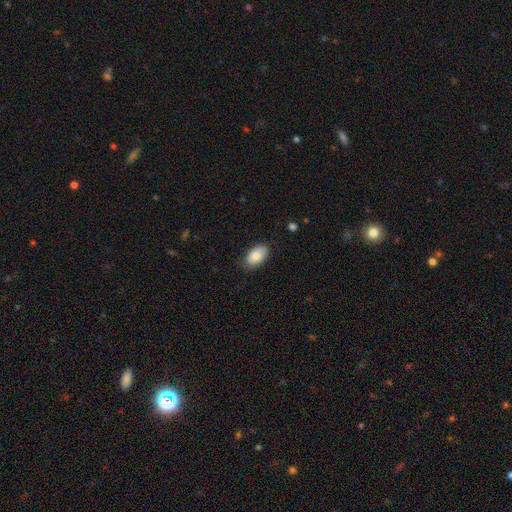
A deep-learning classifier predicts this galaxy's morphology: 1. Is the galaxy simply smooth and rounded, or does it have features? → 84% smooth, 9% featured or disk, 7% star or artifact.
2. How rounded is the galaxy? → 94% in between, 5% round, 2% cigar-shaped.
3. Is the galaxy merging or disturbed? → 83% none, 13% minor disturbance, 2% major disturbance, 1% merger.